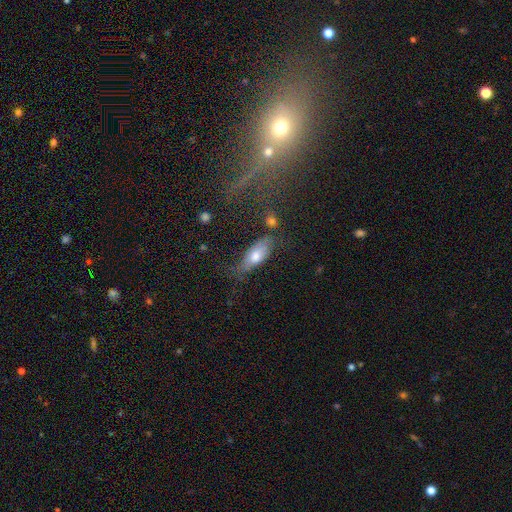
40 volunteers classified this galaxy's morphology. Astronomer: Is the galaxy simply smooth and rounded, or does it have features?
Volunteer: smooth — 80%.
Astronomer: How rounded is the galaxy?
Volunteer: in between — 75%.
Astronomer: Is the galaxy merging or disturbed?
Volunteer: none — 61%.